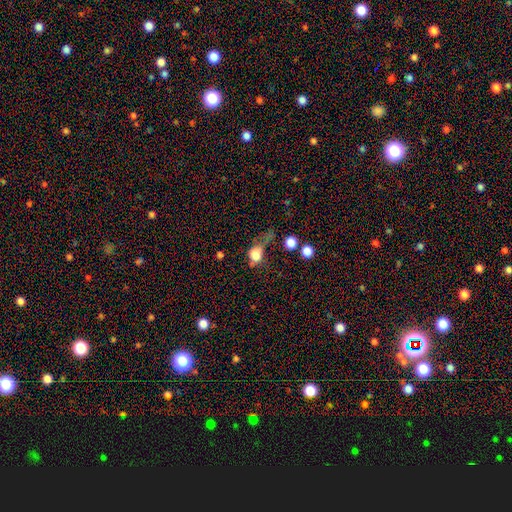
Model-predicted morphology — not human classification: This is likely a smooth galaxy (72%). How rounded: likely round (62%). Merging: marginally major disturbance (35%).